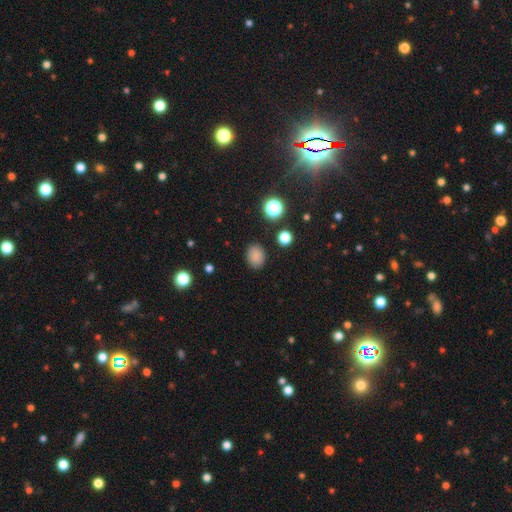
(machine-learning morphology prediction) Q: Smooth or featured?
A: smooth (83%); runner-up: star or artifact (13%)
Q: How rounded?
A: in between (57%); runner-up: round (42%)
Q: Merging?
A: none (86%); runner-up: minor disturbance (9%)